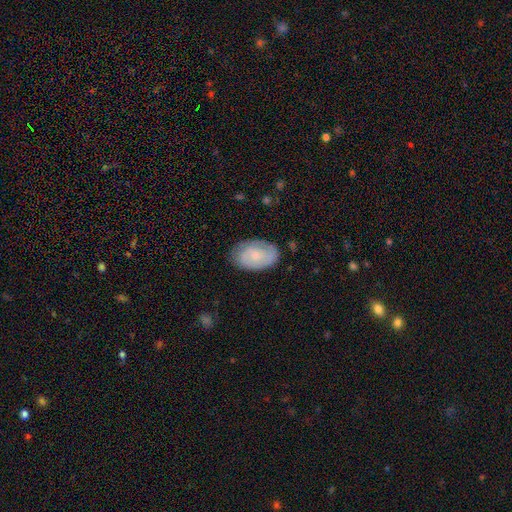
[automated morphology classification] Smooth or featured: smooth — 50% (featured or disk — 44%)
Merging: none — 76% (minor disturbance — 18%)